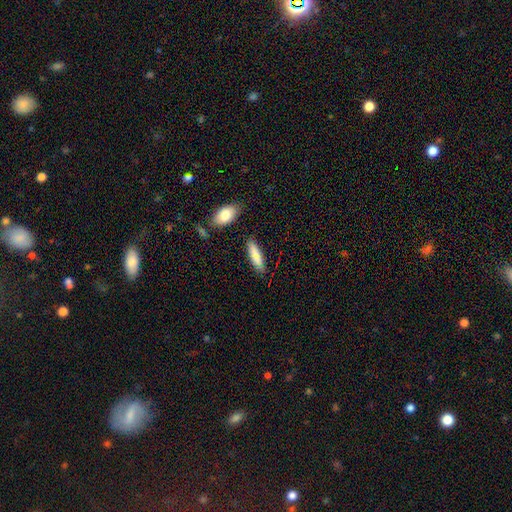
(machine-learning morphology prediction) Smooth or featured? Predicted: smooth (p=0.82). How rounded? Predicted: cigar-shaped (p=0.62). Merging? Predicted: none (p=0.79).